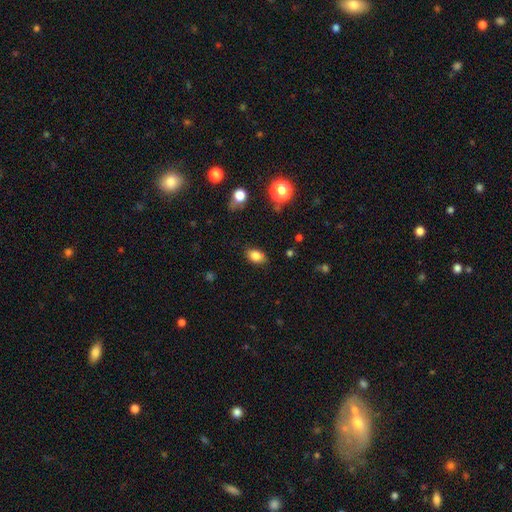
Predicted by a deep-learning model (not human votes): Smooth or featured?
  - smooth: 83% *
  - star or artifact: 10%
  - featured or disk: 7%
How rounded?
  - in between: 83% *
  - round: 15%
  - cigar-shaped: 2%
Merging?
  - none: 83% *
  - minor disturbance: 13%
  - major disturbance: 3%
  - merger: 1%